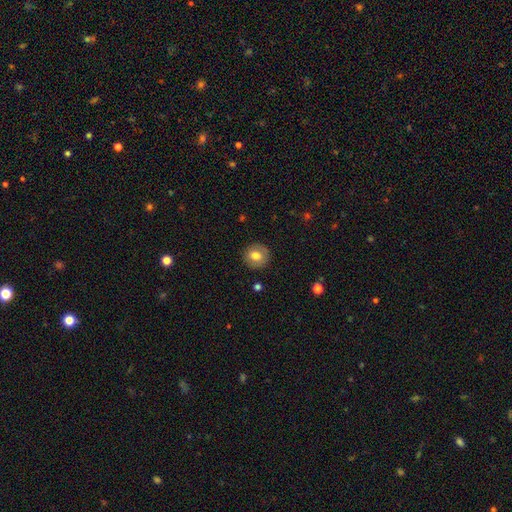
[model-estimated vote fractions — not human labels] This is likely a smooth galaxy (75%). How rounded: clearly round (90%). Merging: clearly none (89%).